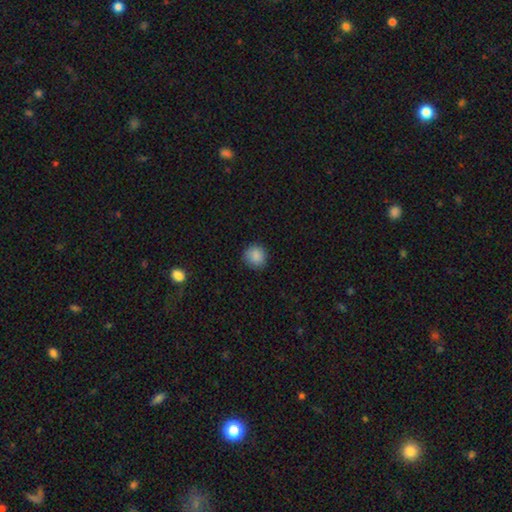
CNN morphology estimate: Smooth or featured? Predicted: smooth (p=0.88). How rounded? Predicted: round (p=0.90). Merging? Predicted: none (p=0.89).